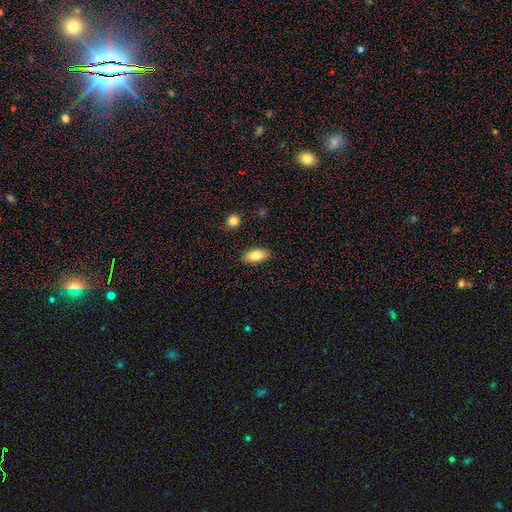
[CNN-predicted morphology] This appears to be a smooth galaxy with no disk features (81%) that is in between round and cigar-shaped (89%). Merging: none (88%).